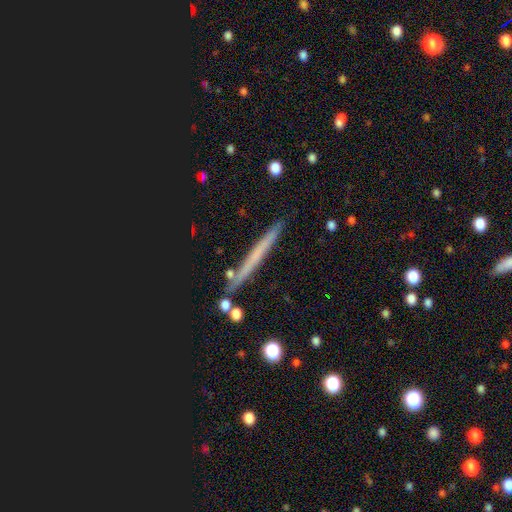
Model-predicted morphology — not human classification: Q: Smooth or featured?
A: smooth (46%); runner-up: featured or disk (39%)
Q: Merging?
A: none (86%); runner-up: minor disturbance (9%)